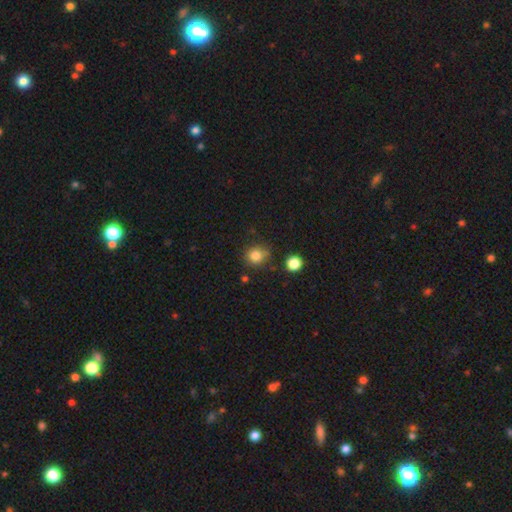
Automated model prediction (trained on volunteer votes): Q: Smooth or featured?
A: smooth (82%); runner-up: star or artifact (12%)
Q: How rounded?
A: round (84%); runner-up: in between (15%)
Q: Merging?
A: none (76%); runner-up: minor disturbance (14%)